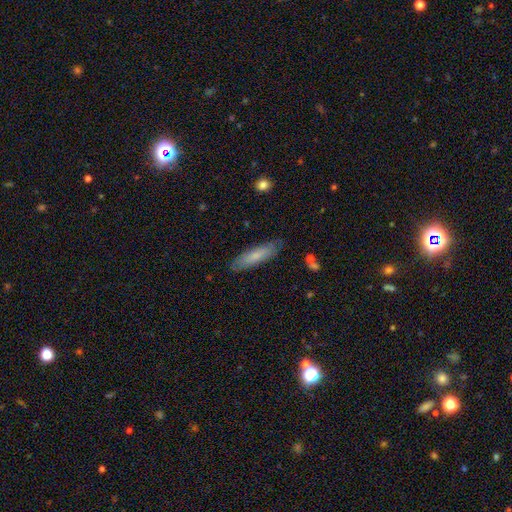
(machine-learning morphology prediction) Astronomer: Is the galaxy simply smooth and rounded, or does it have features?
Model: smooth — 69%.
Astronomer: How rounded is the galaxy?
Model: cigar-shaped — 71%.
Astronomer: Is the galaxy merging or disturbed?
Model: none — 84%.